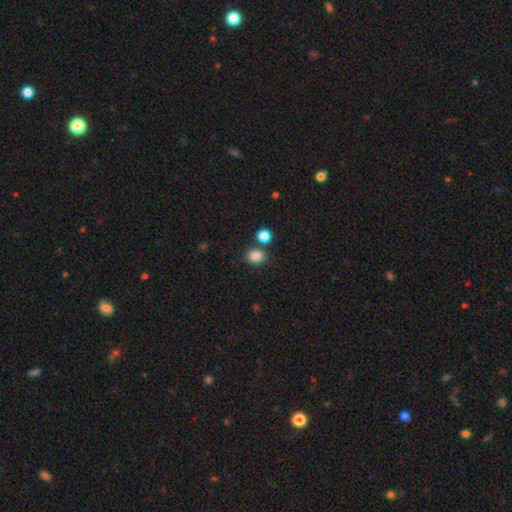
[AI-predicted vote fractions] A smooth galaxy with no disk features (84%) that is round (60%). Merging: none (72%).